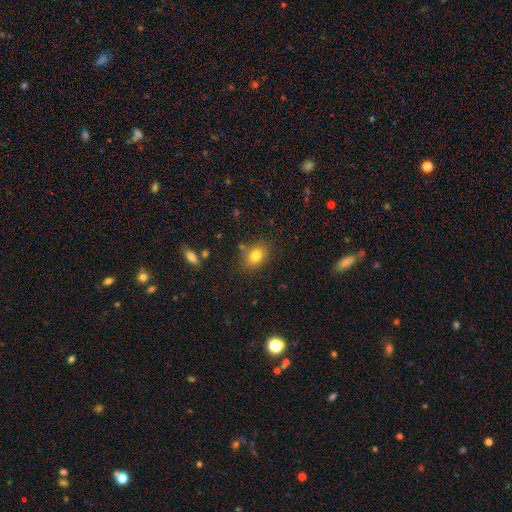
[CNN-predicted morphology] This appears to be a smooth galaxy with no disk features (80%) that is in between round and cigar-shaped (61%). Merging: none (78%).